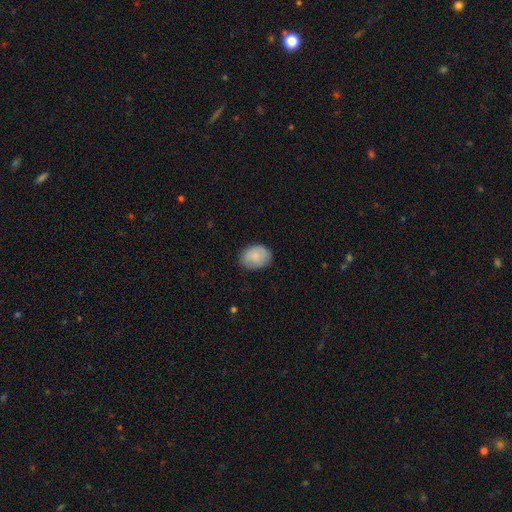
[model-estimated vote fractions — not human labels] Overall: smooth (83%). How rounded: in between (70%). Merging: none (82%).